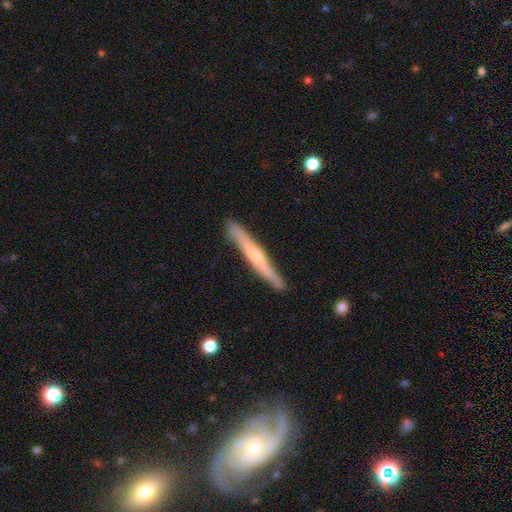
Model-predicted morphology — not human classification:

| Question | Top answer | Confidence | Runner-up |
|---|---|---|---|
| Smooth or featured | featured or disk | 58% | smooth (37%) |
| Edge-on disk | yes | 96% | no (4%) |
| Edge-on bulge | rounded | 56% | none (36%) |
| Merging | none | 88% | minor disturbance (9%) |